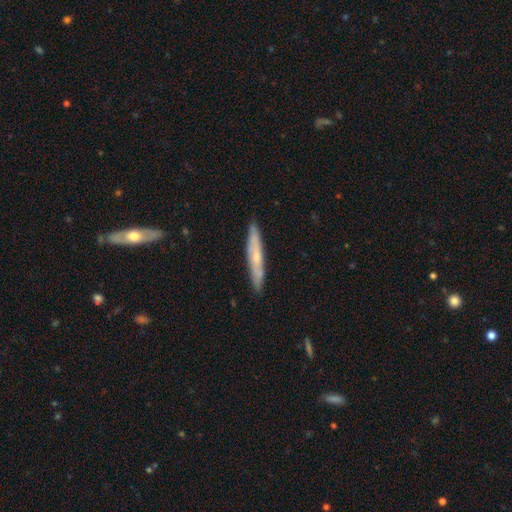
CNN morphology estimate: Q: Smooth or featured?
A: smooth (47%); tied with: featured or disk (47%)
Q: Merging?
A: none (88%); runner-up: minor disturbance (9%)